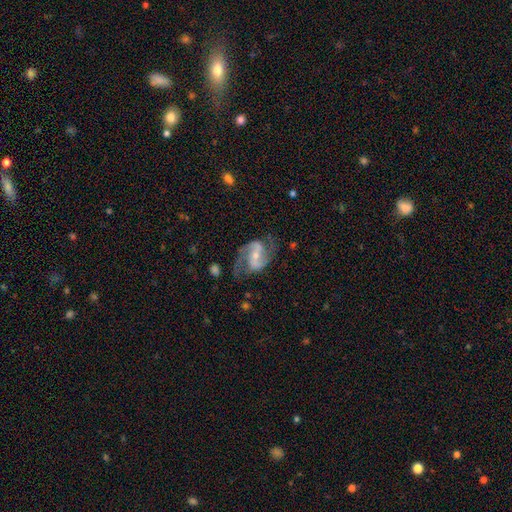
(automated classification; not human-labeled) Smooth or featured: featured or disk — 89% (smooth — 6%)
Edge-on disk: no — 98% (yes — 2%)
Bar: weak — 42% (strong — 35%)
Spiral arms: yes — 97% (no — 3%)
Spiral winding: medium — 52% (loose — 36%)
Spiral arm count: 2 — 91% (can't tell — 3%)
Bulge size: small — 52% (moderate — 42%)
Merging: none — 69% (minor disturbance — 18%)